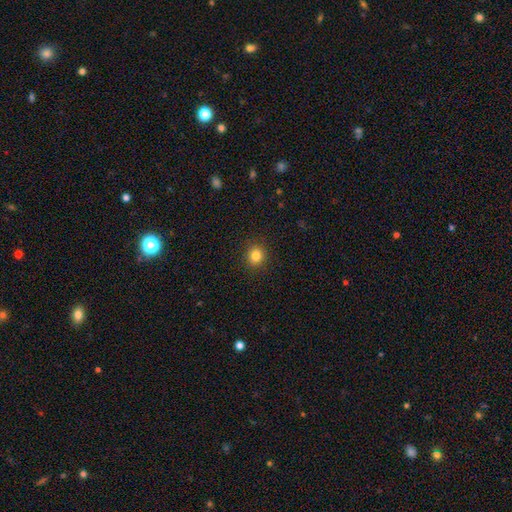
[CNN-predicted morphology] This is clearly a smooth galaxy (83%). How rounded: clearly round (87%). Merging: clearly none (91%).